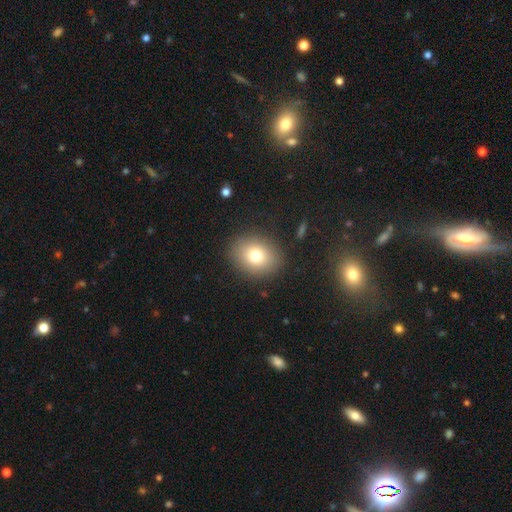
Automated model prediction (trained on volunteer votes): The model was most divided on "how rounded": round: 61%, in between: 38%, cigar-shaped: 1%. More confident: merging — none (87%); smooth or featured — smooth (77%).